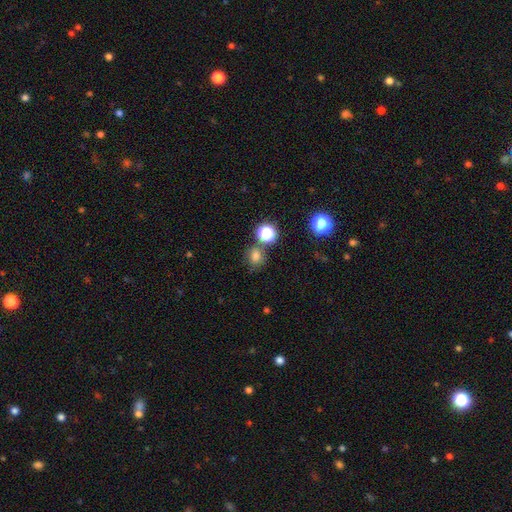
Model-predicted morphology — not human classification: A smooth galaxy with no disk features (72%) that is round (76%).

Vote fractions:
- Smooth or featured? smooth: 72% / star or artifact: 21% / featured or disk: 7%
- How rounded? round: 76% / in between: 23% / cigar-shaped: 1%
- Merging? none: 68% / merger: 14% / minor disturbance: 13% / major disturbance: 5%